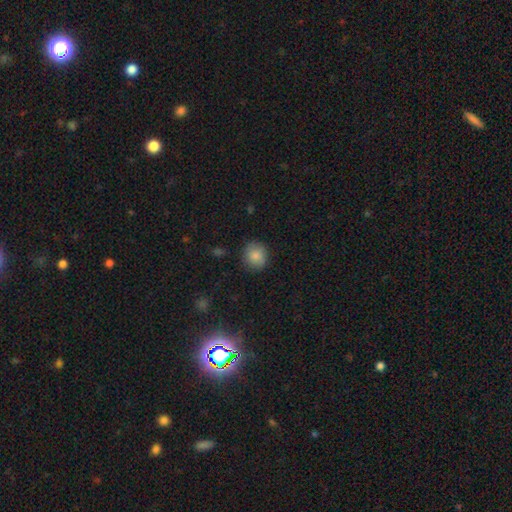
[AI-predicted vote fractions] Smooth or featured? smooth (86%)
How rounded? round (83%)
Merging? none (83%)